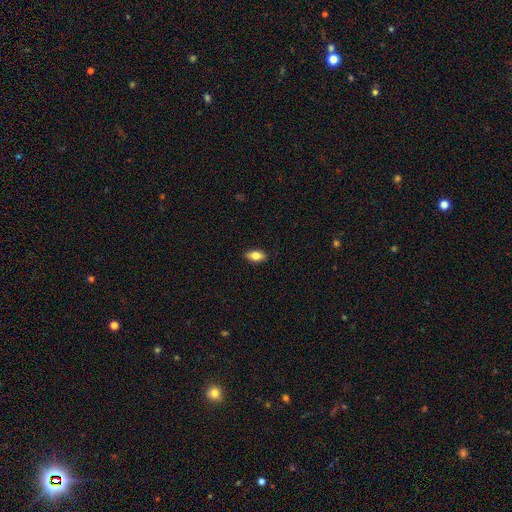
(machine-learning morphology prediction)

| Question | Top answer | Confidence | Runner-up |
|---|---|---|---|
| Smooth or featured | smooth | 81% | featured or disk (12%) |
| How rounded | in between | 89% | cigar-shaped (7%) |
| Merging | none | 89% | minor disturbance (8%) |